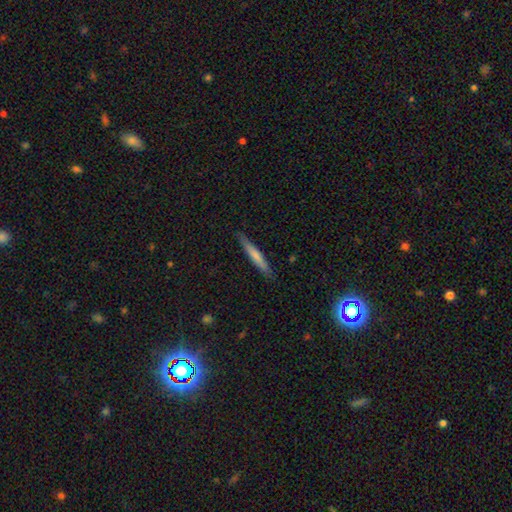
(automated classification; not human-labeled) smooth_or_featured: smooth (p=0.65) [alt: featured or disk p=0.29]
how_rounded: cigar-shaped (p=0.95) [alt: in between p=0.04]
merging: none (p=0.88) [alt: minor disturbance p=0.09]